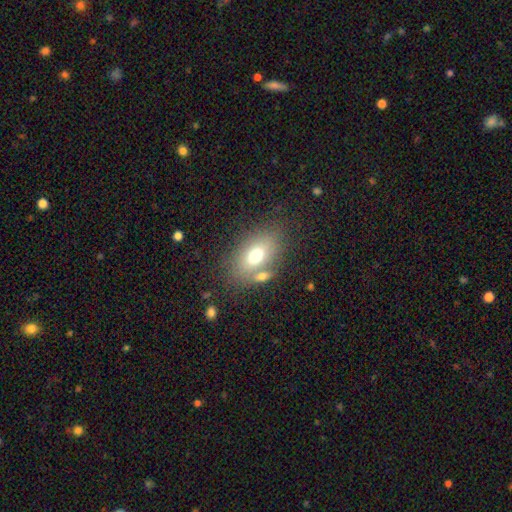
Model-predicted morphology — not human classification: smooth-or-featured: smooth: 70% | featured or disk: 19% | star or artifact: 11%
  how-rounded: in between: 83% | round: 14% | cigar-shaped: 2%
  merging: none: 63% | merger: 18% | minor disturbance: 13% | major disturbance: 6%